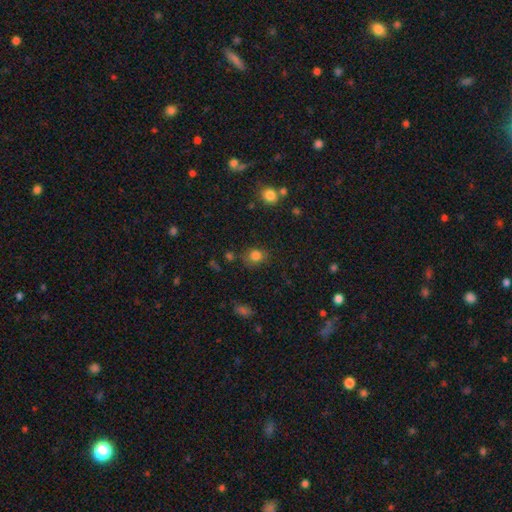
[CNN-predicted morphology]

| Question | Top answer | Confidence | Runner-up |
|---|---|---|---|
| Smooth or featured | smooth | 81% | star or artifact (13%) |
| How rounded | round | 66% | in between (32%) |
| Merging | none | 73% | minor disturbance (18%) |